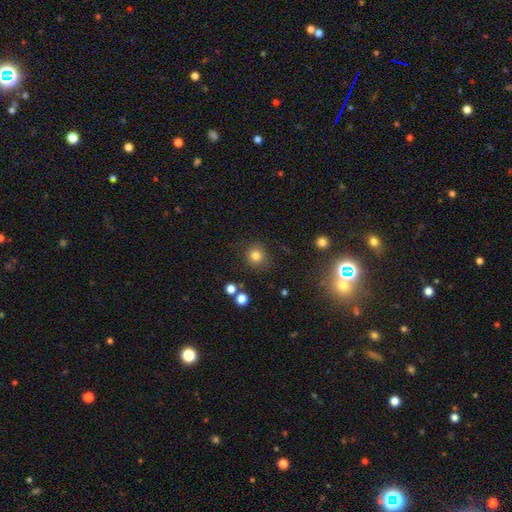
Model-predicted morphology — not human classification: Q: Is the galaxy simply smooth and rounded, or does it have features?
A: smooth — 81%.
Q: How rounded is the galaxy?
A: round — 88%.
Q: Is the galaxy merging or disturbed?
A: none — 84%.